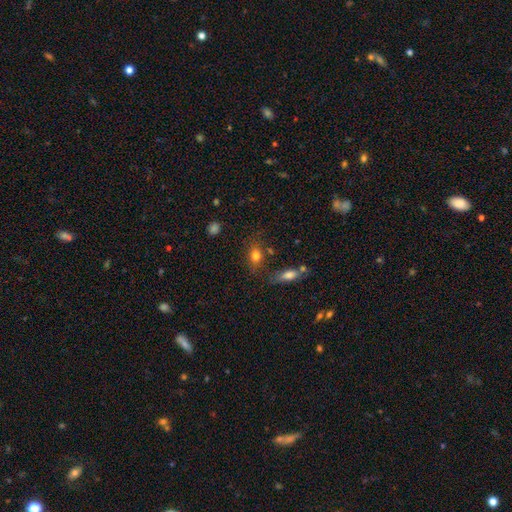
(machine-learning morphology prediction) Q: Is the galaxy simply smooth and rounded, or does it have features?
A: smooth — 79%.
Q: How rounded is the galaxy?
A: in between — 60%.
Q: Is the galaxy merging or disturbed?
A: none — 68%.